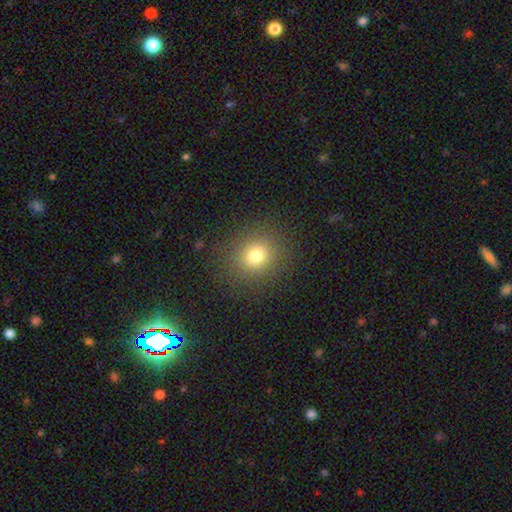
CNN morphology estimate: smooth 75%, star or artifact 16%, featured or disk 9%. Down the decision tree: how rounded — round (81%); merging — none (87%).